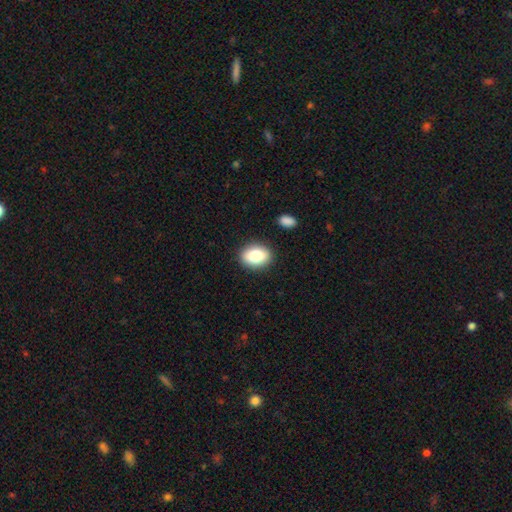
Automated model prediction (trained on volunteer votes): A smooth galaxy with no disk features (81%) that is in between round and cigar-shaped (74%).

Vote fractions:
- Smooth or featured? smooth: 81% / featured or disk: 11% / star or artifact: 8%
- How rounded? in between: 74% / round: 25% / cigar-shaped: 1%
- Merging? none: 88% / minor disturbance: 8% / major disturbance: 2% / merger: 2%